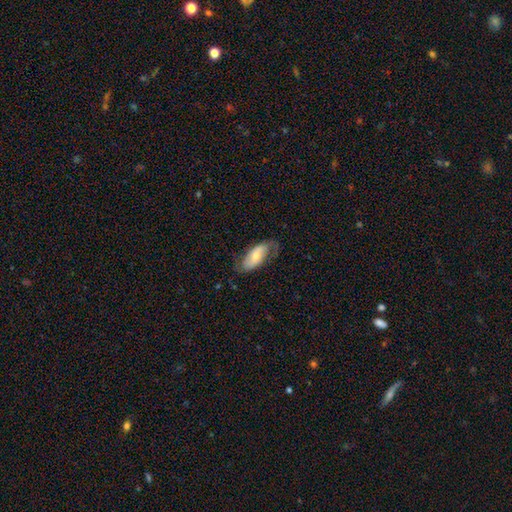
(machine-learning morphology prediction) A featured or disk galaxy (53%).

Vote fractions:
- Smooth or featured? featured or disk: 53% / smooth: 40% / star or artifact: 6%
- Edge-on disk? no: 90% / yes: 10%
- Merging? none: 63% / minor disturbance: 24% / major disturbance: 11% / merger: 1%